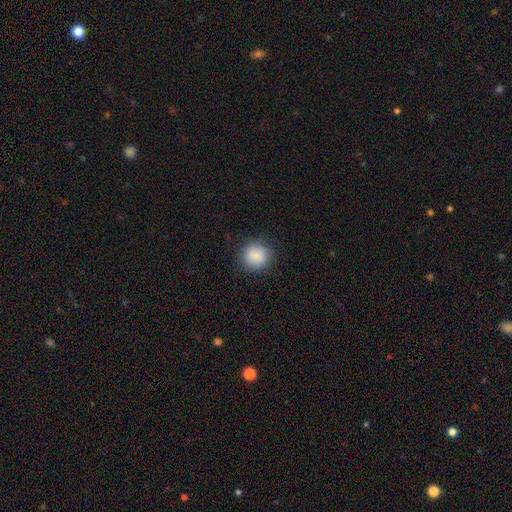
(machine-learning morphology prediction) smooth_or_featured: smooth (p=0.88) [alt: star or artifact p=0.08]
how_rounded: round (p=0.86) [alt: in between p=0.13]
merging: none (p=0.88) [alt: minor disturbance p=0.09]